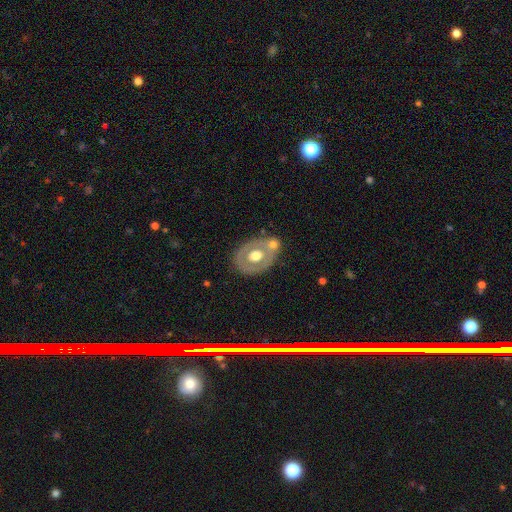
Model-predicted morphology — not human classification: featured or disk 53%, smooth 41%, star or artifact 6%. Down the decision tree: edge-on disk — no (92%); merging — none (57%).